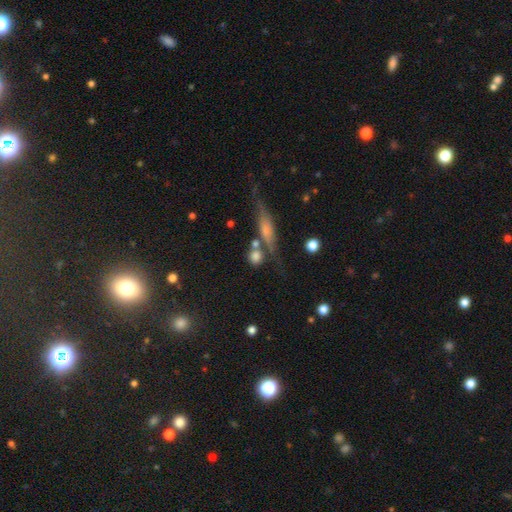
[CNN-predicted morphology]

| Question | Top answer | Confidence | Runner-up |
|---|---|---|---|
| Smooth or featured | smooth | 76% | featured or disk (15%) |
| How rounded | round | 77% | in between (16%) |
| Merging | none | 58% | merger (20%) |